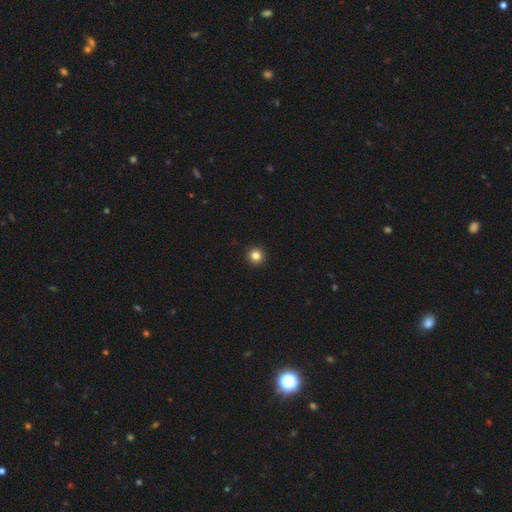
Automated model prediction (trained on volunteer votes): Smooth or featured? smooth (83%)
How rounded? round (96%)
Merging? none (94%)